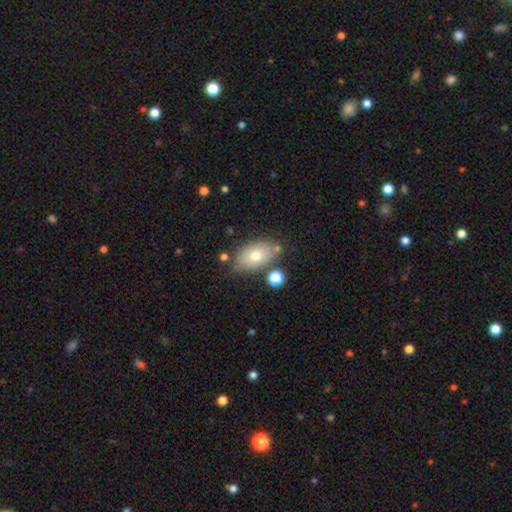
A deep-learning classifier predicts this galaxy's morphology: smooth 73%, featured or disk 18%, star or artifact 9%. Down the decision tree: how rounded — in between (89%); merging — none (74%).